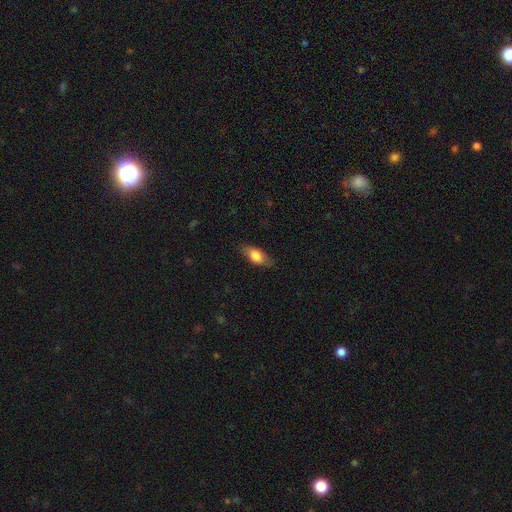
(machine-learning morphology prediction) This is likely a smooth galaxy (73%). How rounded: clearly in between (82%). Merging: likely none (78%).